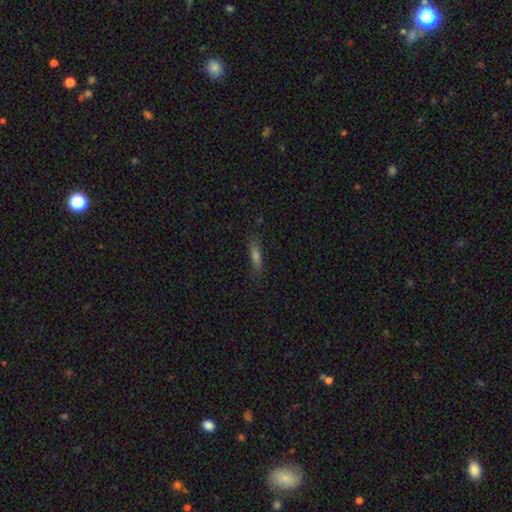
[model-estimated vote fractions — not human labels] Smooth or featured: smooth — 59% (featured or disk — 28%)
How rounded: cigar-shaped — 76% (in between — 21%)
Merging: none — 81% (minor disturbance — 14%)